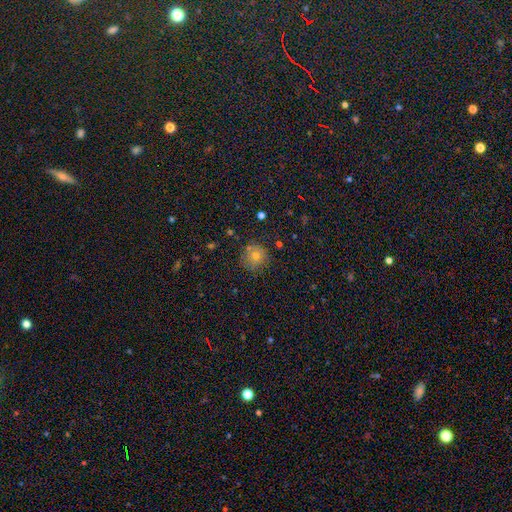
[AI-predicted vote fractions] This is likely a smooth galaxy (67%). How rounded: clearly round (93%). Merging: clearly none (82%).